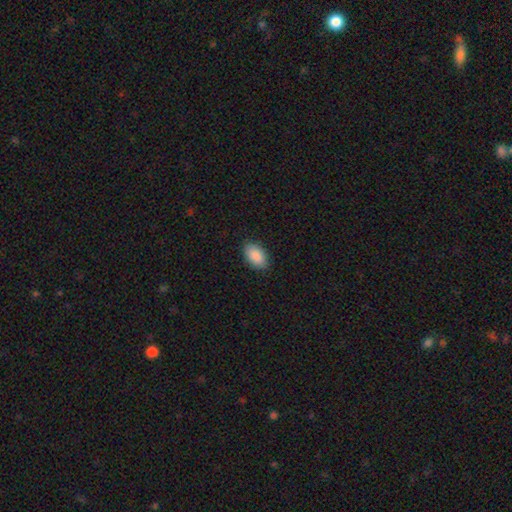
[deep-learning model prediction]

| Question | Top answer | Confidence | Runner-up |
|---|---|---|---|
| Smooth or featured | smooth | 90% | star or artifact (6%) |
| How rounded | in between | 93% | round (5%) |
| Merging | none | 87% | minor disturbance (10%) |